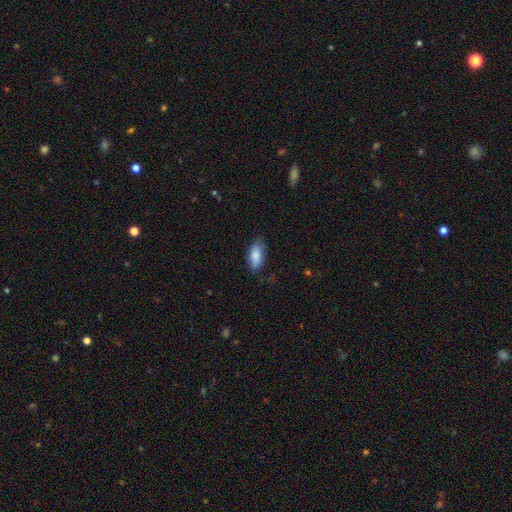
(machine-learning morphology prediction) Smooth or featured? Predicted: smooth (p=0.84). How rounded? Predicted: in between (p=0.87). Merging? Predicted: none (p=0.76).